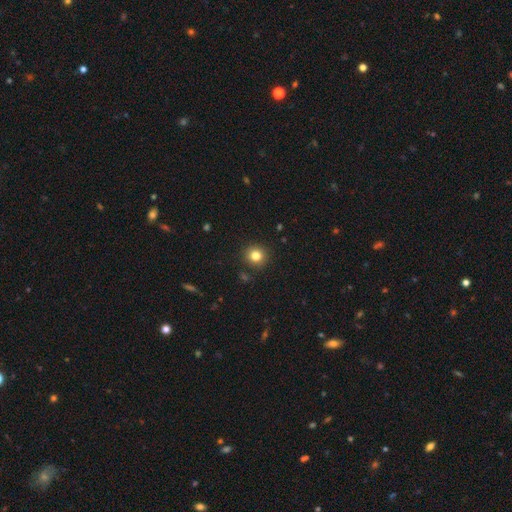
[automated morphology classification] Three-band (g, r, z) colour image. It shows a smooth galaxy with no disk features (82%) that is round (91%). Merging: none (90%).